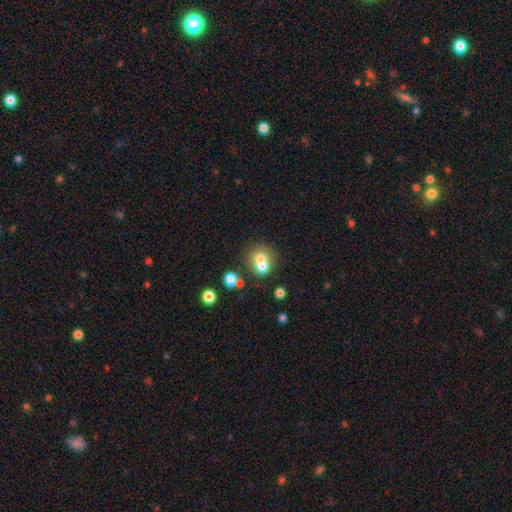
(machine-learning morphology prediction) The model was most divided on "how rounded": in between: 49%, round: 48%, cigar-shaped: 3%. More confident: merging — none (71%); smooth or featured — smooth (58%).